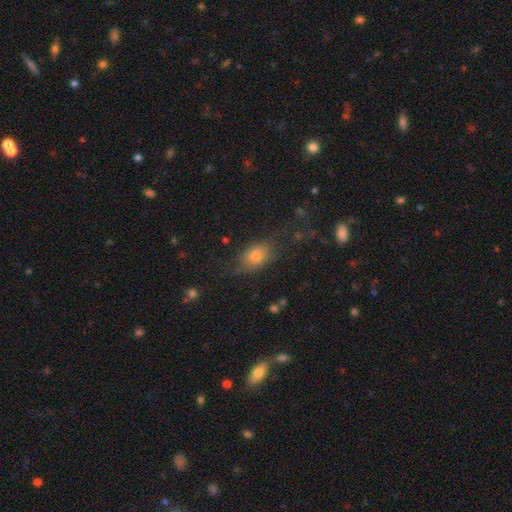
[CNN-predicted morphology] Smooth or featured? smooth (76%)
How rounded? in between (75%)
Merging? none (69%)